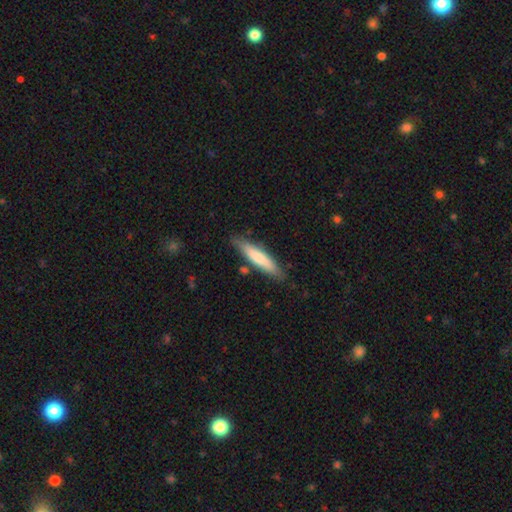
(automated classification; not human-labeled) Smooth or featured? Predicted: smooth (p=0.70). How rounded? Predicted: cigar-shaped (p=0.86). Merging? Predicted: none (p=0.83).